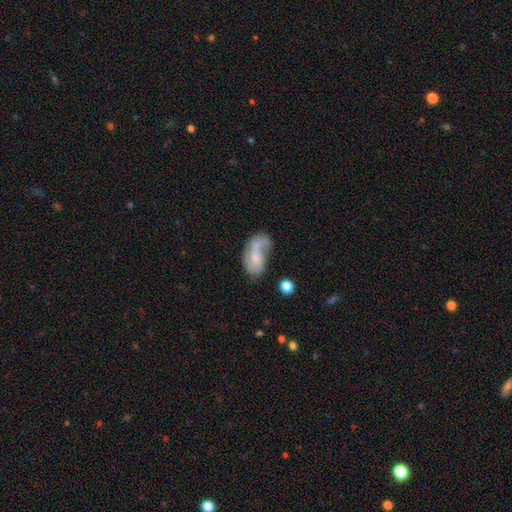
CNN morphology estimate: The model was most divided on "merging": none: 29%, major disturbance: 25%, merger: 24%, minor disturbance: 22%. Remaining: edge-on disk — no (96%); spiral arms — yes (69%); bar — no (66%); smooth or featured — featured or disk (54%); bulge size — small (45%).